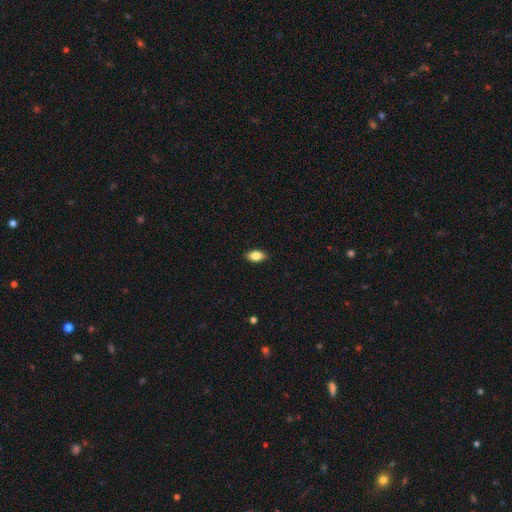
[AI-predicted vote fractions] Overall: smooth (81%). How rounded: in between (89%). Merging: none (89%).